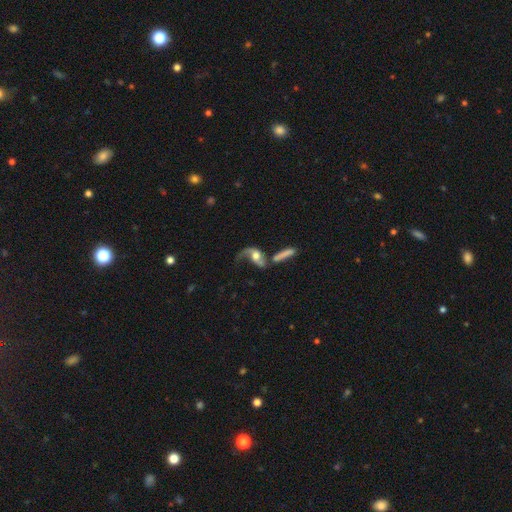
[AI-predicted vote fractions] Smooth or featured: featured or disk — 65% (smooth — 27%)
Edge-on disk: no — 90% (yes — 10%)
Bar: no — 62% (weak — 28%)
Spiral arms: yes — 82% (no — 18%)
Bulge size: moderate — 58% (large — 21%)
Merging: none — 29% (merger — 28%)